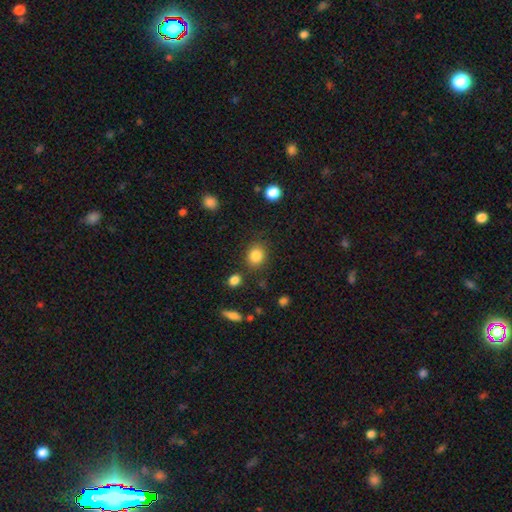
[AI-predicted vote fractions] A smooth galaxy with no disk features (85%) that is round (71%). Merging: none (83%).